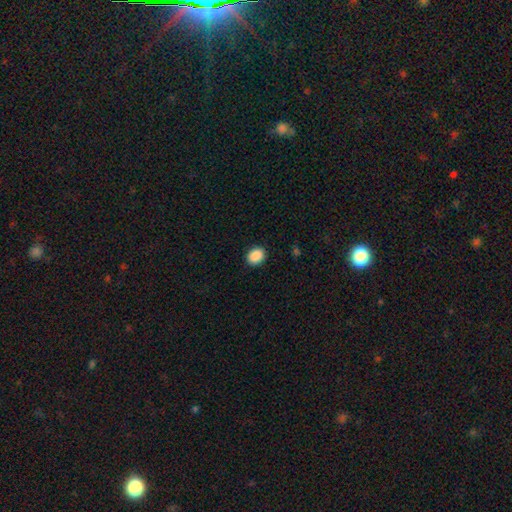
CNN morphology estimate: Smooth or featured? smooth (89%)
How rounded? round (51%)
Merging? none (90%)